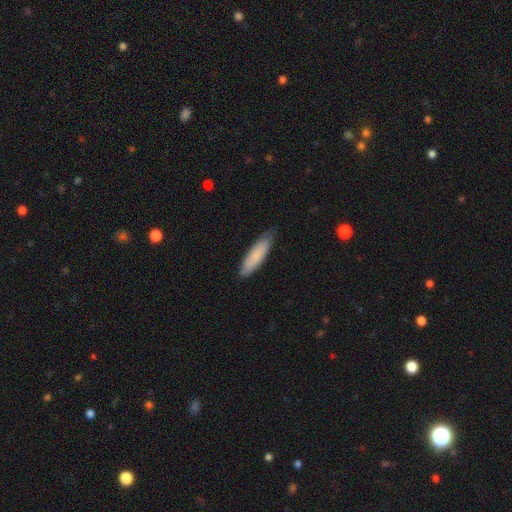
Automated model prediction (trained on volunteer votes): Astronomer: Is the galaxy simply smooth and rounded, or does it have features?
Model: smooth — 80%.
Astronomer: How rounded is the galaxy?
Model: cigar-shaped — 65%.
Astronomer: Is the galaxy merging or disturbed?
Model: none — 82%.